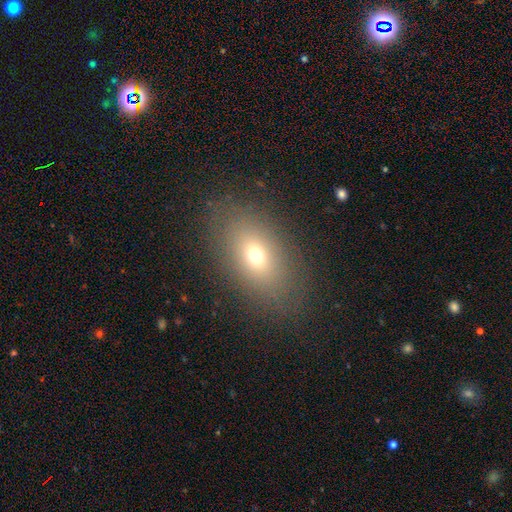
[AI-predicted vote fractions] The model was most divided on "smooth or featured": smooth: 66%, featured or disk: 18%, star or artifact: 16%. More confident: merging — none (83%); how rounded — in between (81%).